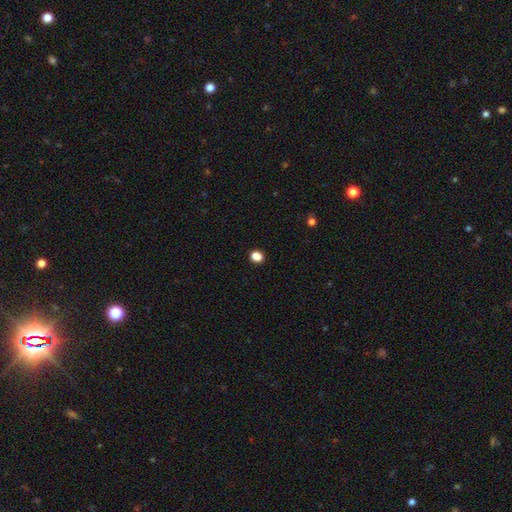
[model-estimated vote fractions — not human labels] Overall: smooth (80%). How rounded: round (60%; in between 39%). Merging: none (88%).